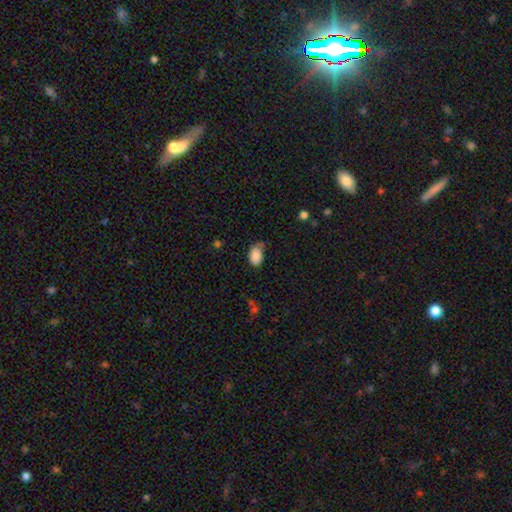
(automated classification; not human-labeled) This is clearly a smooth galaxy (87%). How rounded: clearly in between (89%). Merging: possibly none (56%).